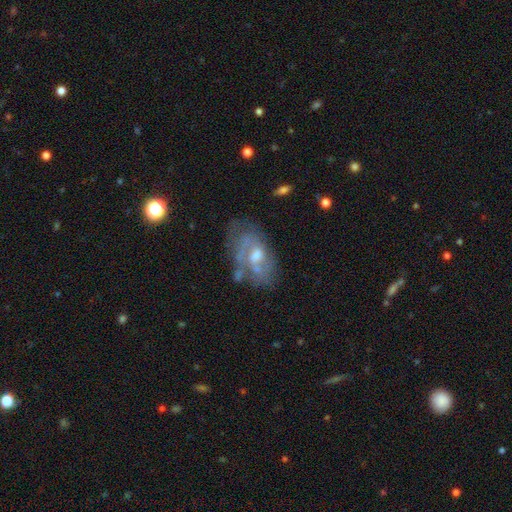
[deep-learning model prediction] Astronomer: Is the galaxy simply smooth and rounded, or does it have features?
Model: featured or disk — 70%.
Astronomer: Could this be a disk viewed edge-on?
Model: no — 95%.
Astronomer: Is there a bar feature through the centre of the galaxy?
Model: no — 58% (runner-up: weak, 36%).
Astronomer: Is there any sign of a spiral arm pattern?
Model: yes — 64%.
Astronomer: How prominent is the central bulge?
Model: moderate — 59%.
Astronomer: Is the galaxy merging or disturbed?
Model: none — 47% (runner-up: minor disturbance, 25%).